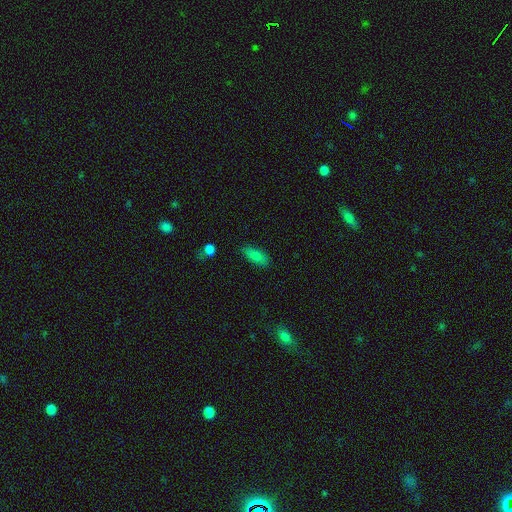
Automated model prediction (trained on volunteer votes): Morphology: type=smooth (82%); roundness=in between (77%); merging=none (79%).